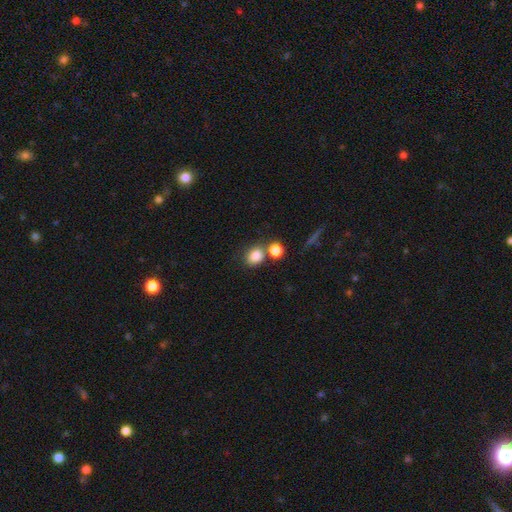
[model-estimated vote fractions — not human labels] smooth-or-featured: smooth: 82% | star or artifact: 11% | featured or disk: 7%
  how-rounded: round: 50% | in between: 49% | cigar-shaped: 1%
  merging: none: 60% | merger: 25% | minor disturbance: 11% | major disturbance: 4%